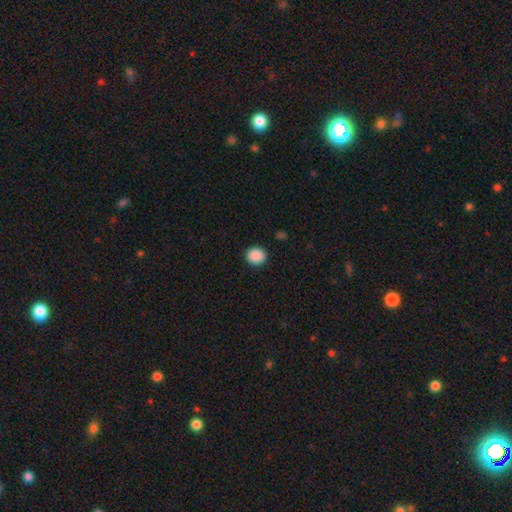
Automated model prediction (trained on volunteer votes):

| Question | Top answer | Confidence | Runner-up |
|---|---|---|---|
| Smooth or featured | smooth | 90% | star or artifact (8%) |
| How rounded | round | 81% | in between (18%) |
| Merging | none | 92% | minor disturbance (5%) |